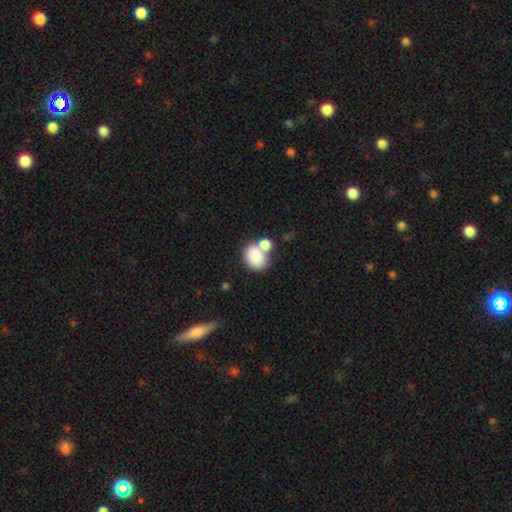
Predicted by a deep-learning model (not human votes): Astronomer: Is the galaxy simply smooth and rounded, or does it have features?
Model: smooth — 82%.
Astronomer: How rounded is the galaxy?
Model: in between — 63%.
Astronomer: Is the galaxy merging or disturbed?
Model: merger — 43% (runner-up: none, 40%).